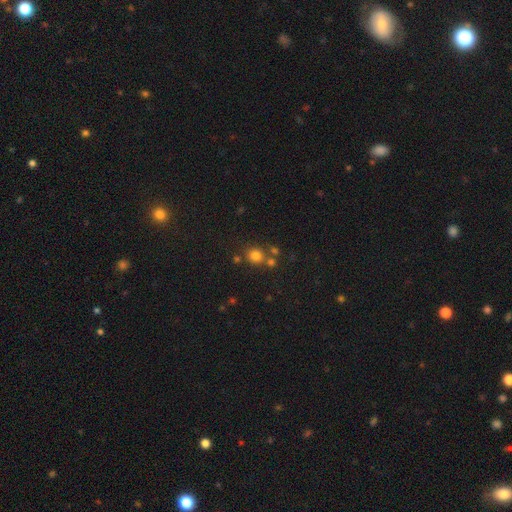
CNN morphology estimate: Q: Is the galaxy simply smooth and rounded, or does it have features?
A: smooth — 76%.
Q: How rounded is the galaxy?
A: round — 85%.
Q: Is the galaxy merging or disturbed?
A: none — 68%.